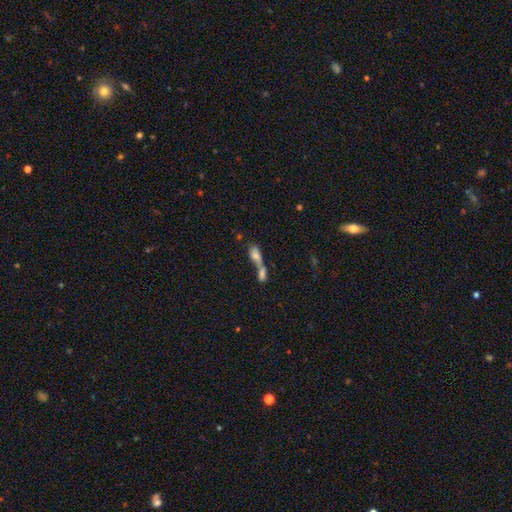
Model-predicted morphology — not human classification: The model was most divided on "smooth or featured": smooth: 68%, featured or disk: 20%, star or artifact: 12%. More confident: merging — merger (75%); how rounded — in between (71%).